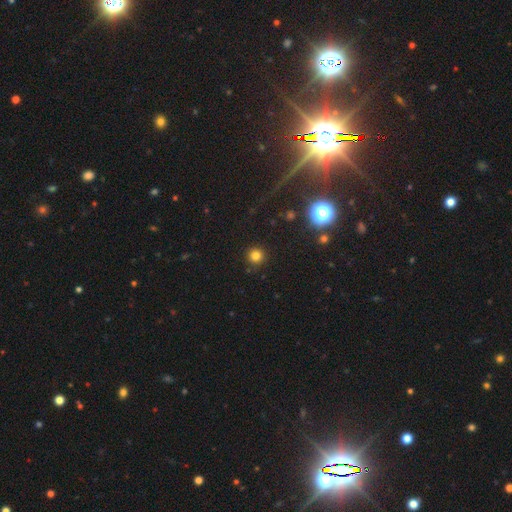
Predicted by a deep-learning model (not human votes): A smooth galaxy with no disk features (80%) that is round (95%). Merging: none (91%).